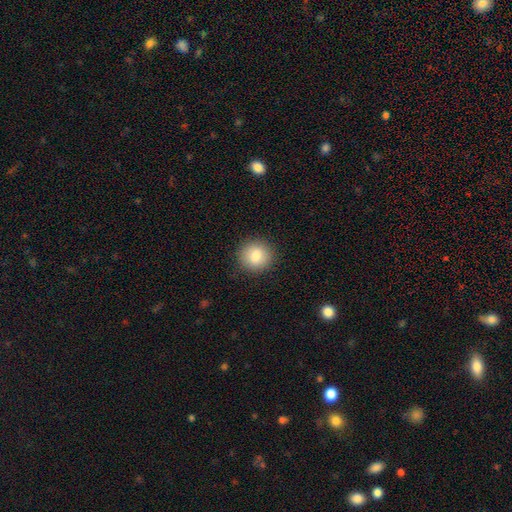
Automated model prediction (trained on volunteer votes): The model was most divided on "smooth or featured": smooth: 83%, star or artifact: 9%, featured or disk: 8%. More confident: merging — none (89%); how rounded — round (87%).